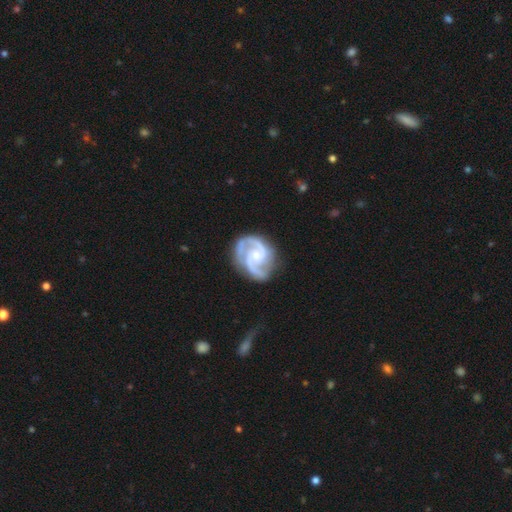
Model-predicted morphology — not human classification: This appears to be a featured or disk galaxy (93%) with no bar (60%), 2 (80%) medium (56%) spiral arms (99%) and a small central bulge (67%). Merging: none (76%).